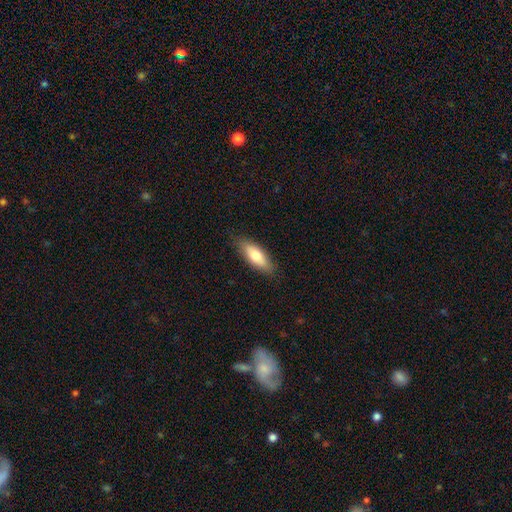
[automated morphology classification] The model was most divided on "how rounded": in between: 63%, cigar-shaped: 34%, round: 2%. More confident: merging — none (86%); smooth or featured — smooth (73%).